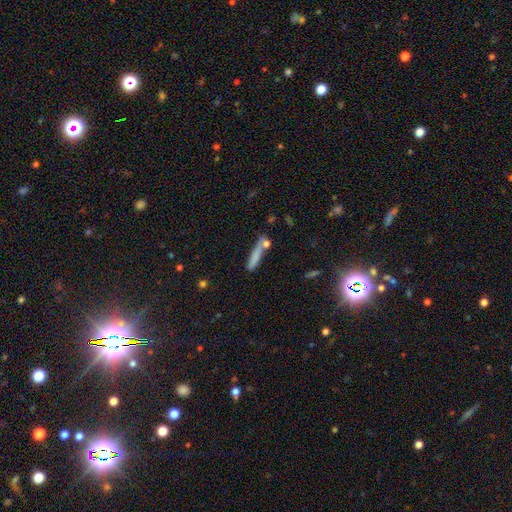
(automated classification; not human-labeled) Smooth or featured? smooth (73%)
How rounded? cigar-shaped (88%)
Merging? none (66%)